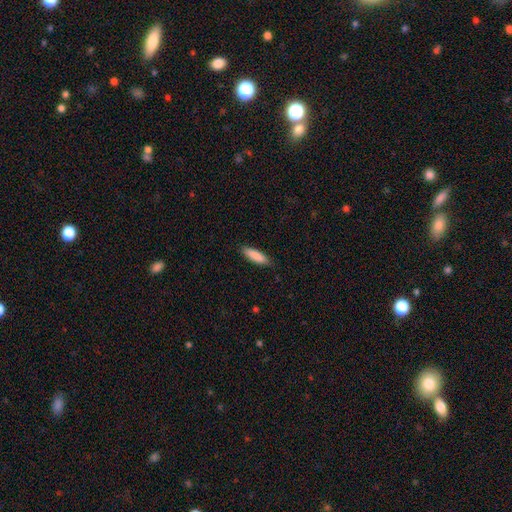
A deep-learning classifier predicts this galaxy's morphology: smooth_or_featured: smooth (p=0.87) [alt: featured or disk p=0.07]
how_rounded: cigar-shaped (p=0.62) [alt: in between p=0.37]
merging: none (p=0.87) [alt: minor disturbance p=0.10]